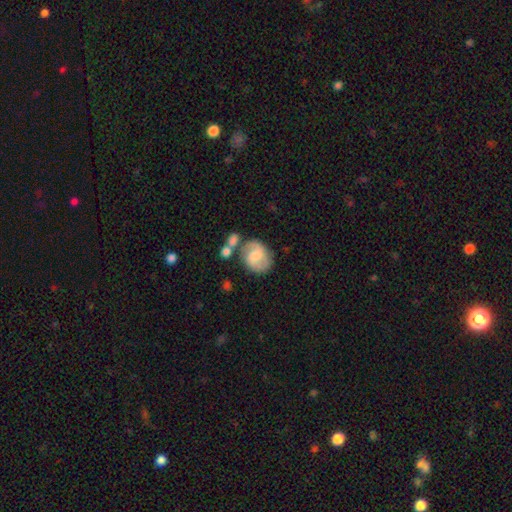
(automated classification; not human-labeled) Smooth or featured?
  - featured or disk: 63% *
  - smooth: 30%
  - star or artifact: 6%
Edge-on disk?
  - no: 97% *
  - yes: 3%
Bar?
  - weak: 50% *
  - no: 36%
  - strong: 14%
Spiral arms?
  - yes: 90% *
  - no: 10%
Spiral winding?
  - medium: 52% *
  - loose: 24%
  - tight: 24%
Spiral arm count?
  - 2: 87% *
  - can't tell: 7%
  - 1: 3%
  - 3: 1%
  - 4: 1%
  - more than 4: 1%
Bulge size?
  - moderate: 44% *
  - small: 29%
  - none: 14%
  - large: 11%
  - dominant: 2%
Merging?
  - none: 58% *
  - merger: 20%
  - minor disturbance: 16%
  - major disturbance: 6%